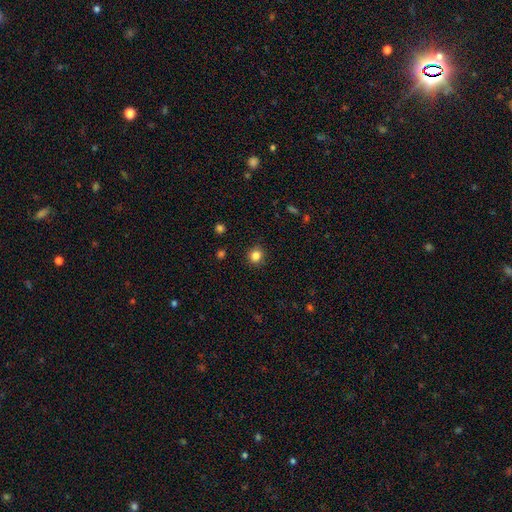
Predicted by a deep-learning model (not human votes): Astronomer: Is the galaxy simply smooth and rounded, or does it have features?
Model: smooth — 84%.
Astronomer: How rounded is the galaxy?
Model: round — 88%.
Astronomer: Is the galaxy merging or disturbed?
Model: none — 90%.